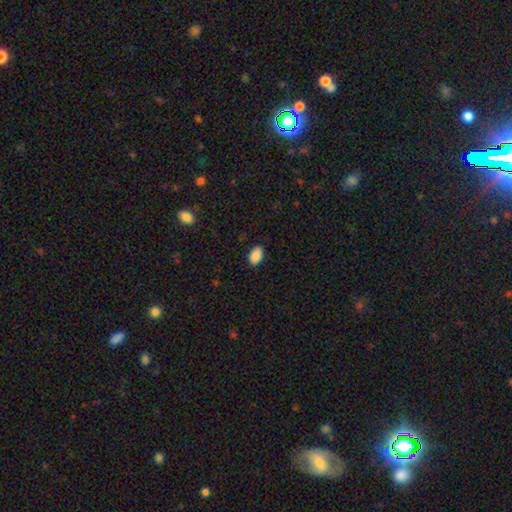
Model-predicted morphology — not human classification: Overall: smooth (90%). How rounded: in between (91%). Merging: none (88%).